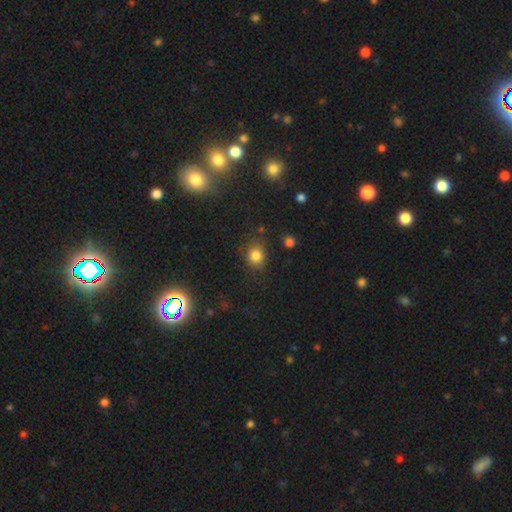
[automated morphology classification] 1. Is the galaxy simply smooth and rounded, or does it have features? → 80% smooth, 14% star or artifact, 6% featured or disk.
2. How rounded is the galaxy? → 72% round, 27% in between, 1% cigar-shaped.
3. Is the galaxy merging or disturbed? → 77% none, 14% minor disturbance, 5% major disturbance, 4% merger.